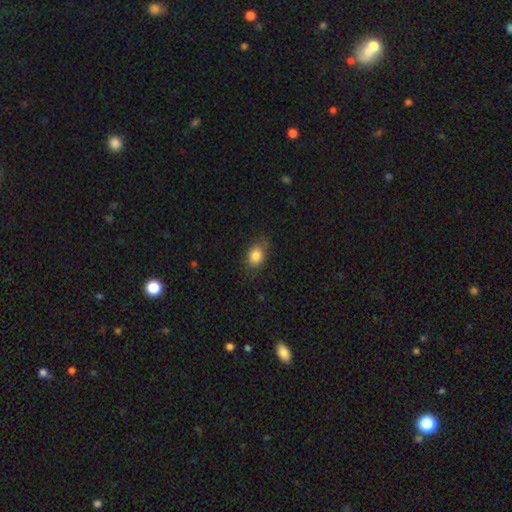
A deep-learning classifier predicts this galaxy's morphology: smooth-or-featured: smooth: 84% | star or artifact: 9% | featured or disk: 7%
  how-rounded: in between: 67% | round: 31% | cigar-shaped: 1%
  merging: none: 73% | minor disturbance: 21% | major disturbance: 5% | merger: 1%